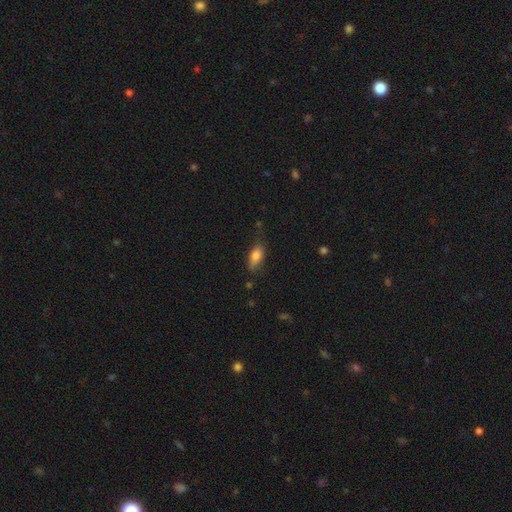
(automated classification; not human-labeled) A smooth galaxy with no disk features (81%) that is in between round and cigar-shaped (84%). Merging: none (68%).